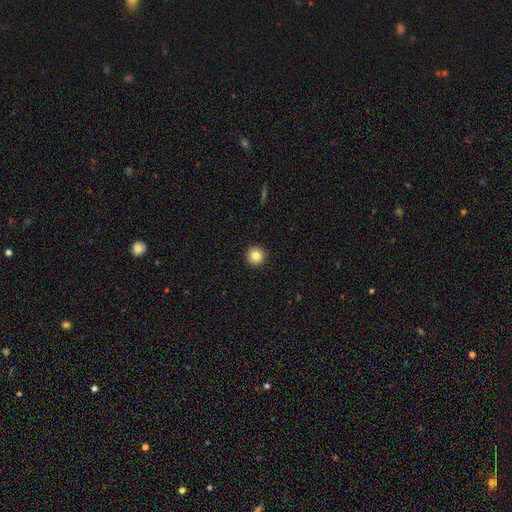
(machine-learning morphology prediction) smooth_or_featured: smooth (p=0.82) [alt: star or artifact p=0.10]
how_rounded: round (p=0.96) [alt: in between p=0.03]
merging: none (p=0.94) [alt: minor disturbance p=0.04]